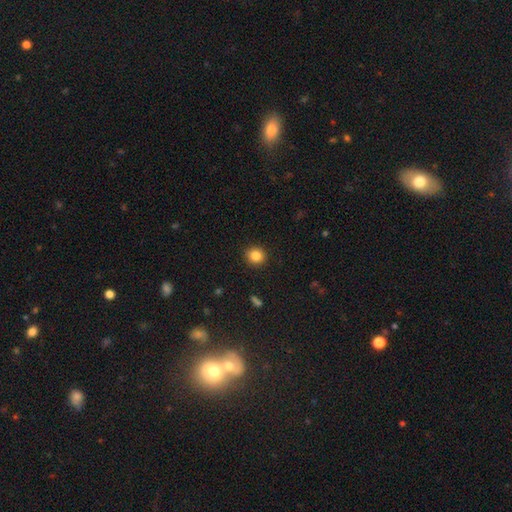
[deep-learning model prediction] smooth_or_featured: smooth (p=0.85) [alt: star or artifact p=0.10]
how_rounded: round (p=0.88) [alt: in between p=0.11]
merging: none (p=0.91) [alt: minor disturbance p=0.06]